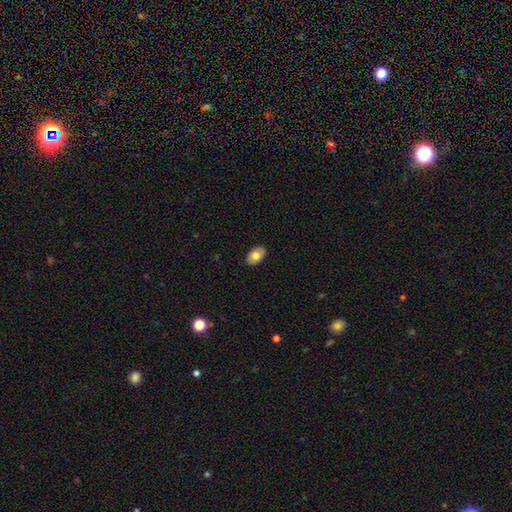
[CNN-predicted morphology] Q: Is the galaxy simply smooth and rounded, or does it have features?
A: smooth — 75%.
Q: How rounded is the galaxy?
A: in between — 88%.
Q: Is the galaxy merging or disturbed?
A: none — 88%.